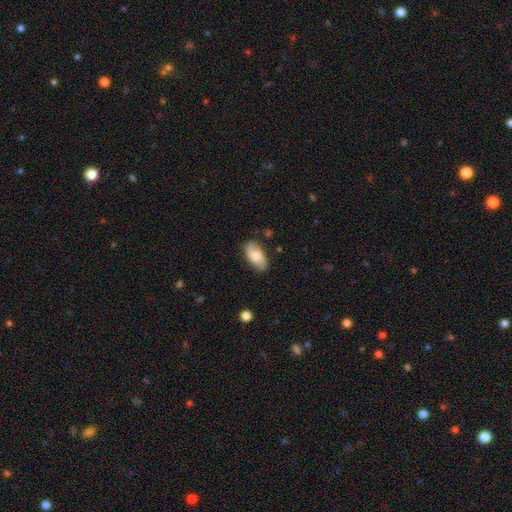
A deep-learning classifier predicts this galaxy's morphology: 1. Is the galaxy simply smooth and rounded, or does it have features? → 49% smooth, 44% featured or disk, 7% star or artifact.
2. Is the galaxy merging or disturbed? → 78% none, 17% minor disturbance, 4% major disturbance, 2% merger.